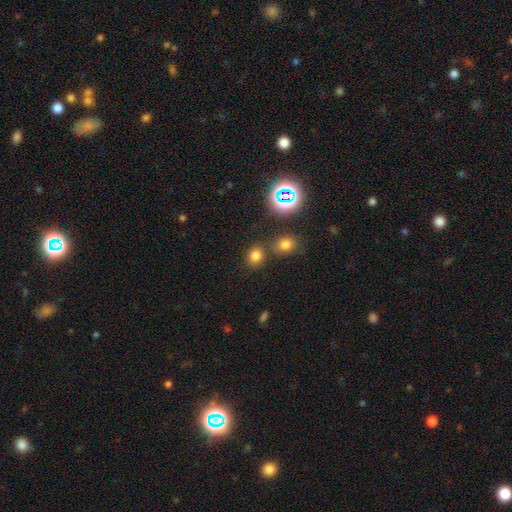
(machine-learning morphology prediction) Smooth or featured?
  - smooth: 72% *
  - star or artifact: 22%
  - featured or disk: 6%
How rounded?
  - round: 62% *
  - in between: 37%
  - cigar-shaped: 1%
Merging?
  - none: 72% *
  - merger: 15%
  - minor disturbance: 10%
  - major disturbance: 3%